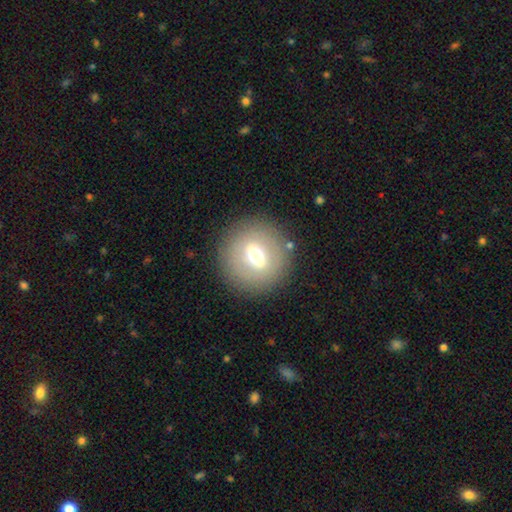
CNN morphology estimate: smooth 55%, featured or disk 35%, star or artifact 10%. Down the decision tree: how rounded — round (91%); merging — none (87%).